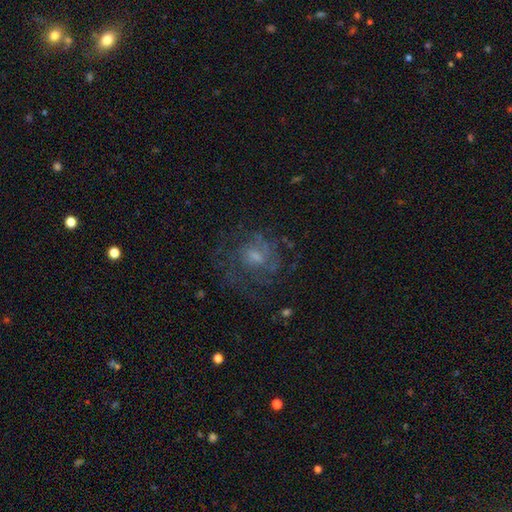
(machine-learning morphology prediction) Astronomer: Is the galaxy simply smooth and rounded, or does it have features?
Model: featured or disk — 64%.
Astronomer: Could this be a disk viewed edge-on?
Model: no — 97%.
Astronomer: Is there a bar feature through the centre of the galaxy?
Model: no — 57% (runner-up: weak, 38%).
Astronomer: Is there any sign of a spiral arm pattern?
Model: yes — 75%.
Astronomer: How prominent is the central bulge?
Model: moderate — 41% (runner-up: small, 40%).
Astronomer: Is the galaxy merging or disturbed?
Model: none — 59%.